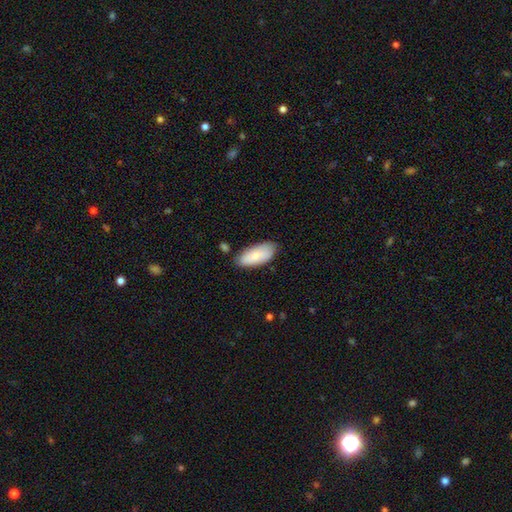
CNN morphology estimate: type=smooth (79%); roundness=in between (90%); merging=none (73%).